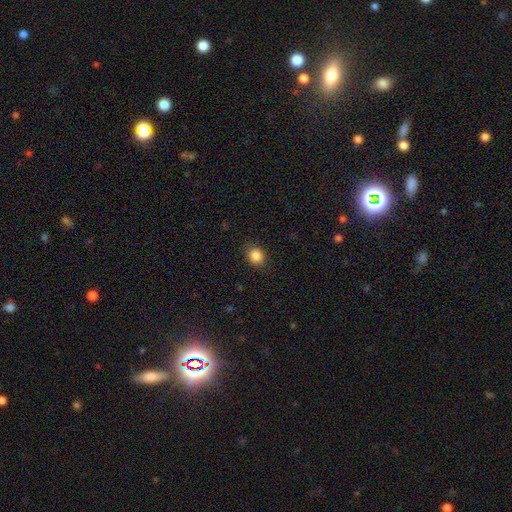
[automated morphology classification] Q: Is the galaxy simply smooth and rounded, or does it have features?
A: smooth — 85%.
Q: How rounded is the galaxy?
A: round — 65%.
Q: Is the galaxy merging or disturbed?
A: none — 87%.